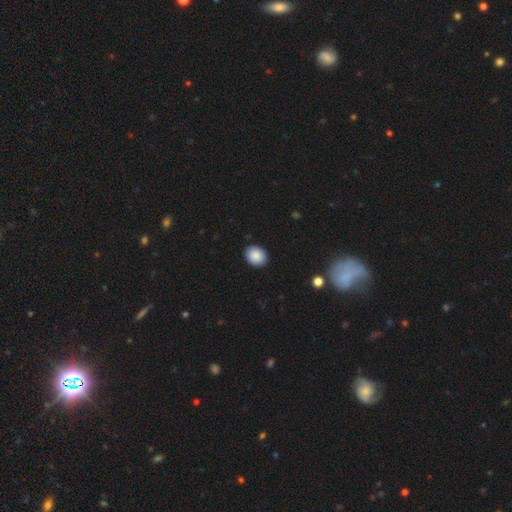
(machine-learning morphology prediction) This is clearly a smooth galaxy (89%). How rounded: possibly round (57%). Merging: clearly none (91%).